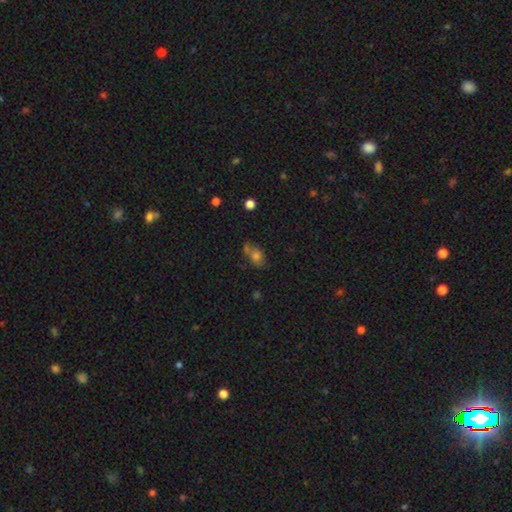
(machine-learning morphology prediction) This is likely a smooth galaxy (64%). How rounded: likely in between (66%). Merging: possibly none (52%).